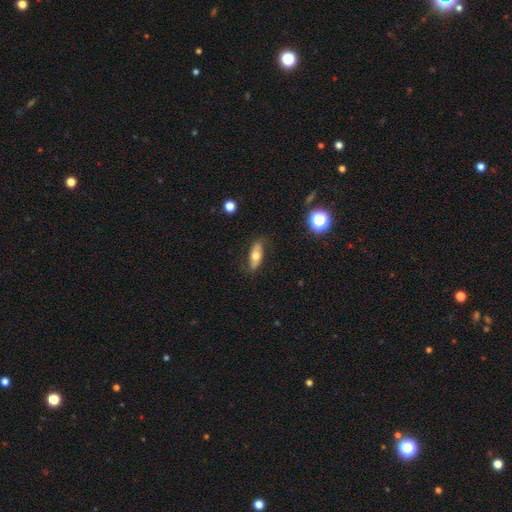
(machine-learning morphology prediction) The model was most divided on "smooth or featured": smooth: 57%, featured or disk: 35%, star or artifact: 7%. More confident: merging — none (78%); how rounded — in between (71%).